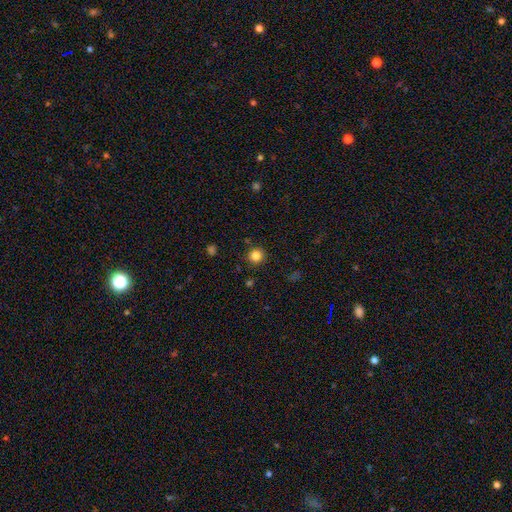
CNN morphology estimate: A smooth galaxy with no disk features (84%) that is round (94%).

Vote fractions:
- Smooth or featured? smooth: 84% / star or artifact: 12% / featured or disk: 4%
- How rounded? round: 94% / in between: 5% / cigar-shaped: 1%
- Merging? none: 89% / minor disturbance: 7% / major disturbance: 2% / merger: 2%